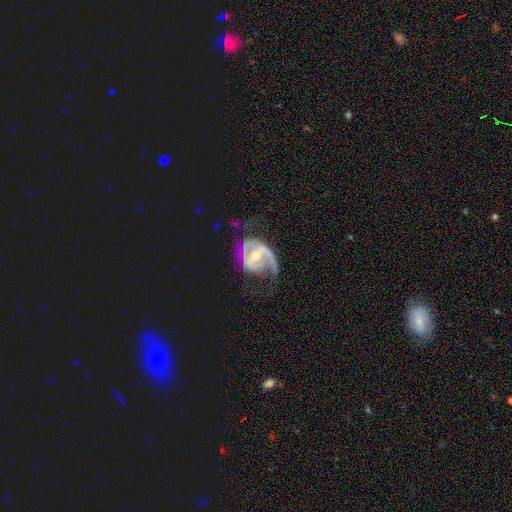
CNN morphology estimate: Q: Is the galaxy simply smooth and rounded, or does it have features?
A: featured or disk — 86%.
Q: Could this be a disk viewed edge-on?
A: no — 97%.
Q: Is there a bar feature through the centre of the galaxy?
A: weak — 44%.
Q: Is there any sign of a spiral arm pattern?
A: yes — 90%.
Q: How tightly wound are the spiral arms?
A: medium — 44%.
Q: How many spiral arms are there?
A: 2 — 62%.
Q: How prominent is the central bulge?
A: moderate — 54%.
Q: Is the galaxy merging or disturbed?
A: none — 45%.